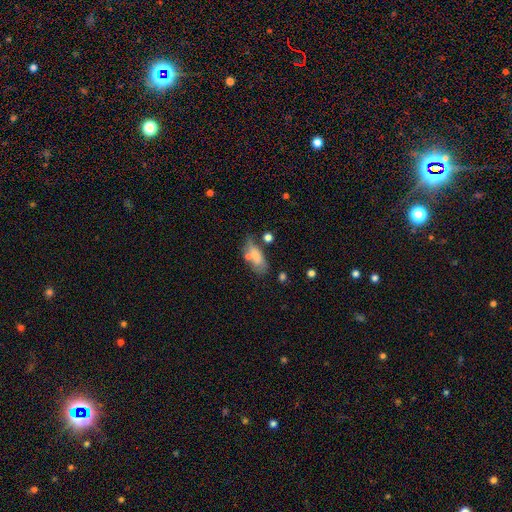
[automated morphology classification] A smooth galaxy with no disk features (70%) that is in between round and cigar-shaped (78%). Merging: none (46%).